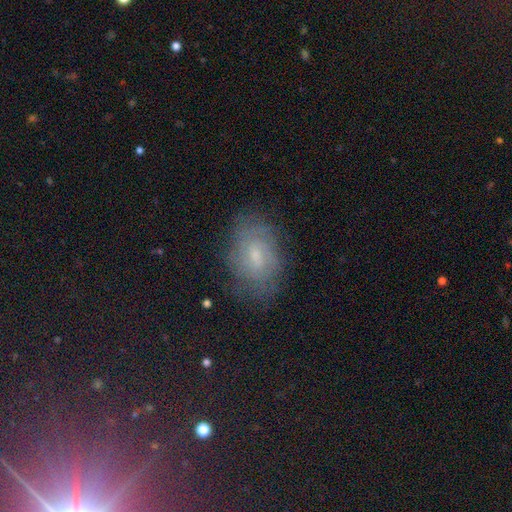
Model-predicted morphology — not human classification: smooth_or_featured: featured or disk (p=0.55) [alt: smooth p=0.31]
disk_edge_on: no (p=0.95) [alt: yes p=0.05]
bar: weak (p=0.51) [alt: no p=0.41]
has_spiral_arms: yes (p=0.80) [alt: no p=0.20]
bulge_size: small (p=0.53) [alt: moderate p=0.36]
merging: none (p=0.75) [alt: minor disturbance p=0.17]